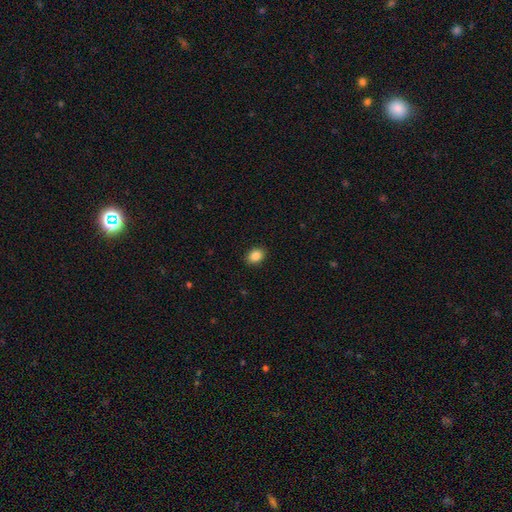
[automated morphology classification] Smooth or featured: smooth — 87% (star or artifact — 9%)
How rounded: in between — 56% (round — 43%)
Merging: none — 90% (minor disturbance — 7%)